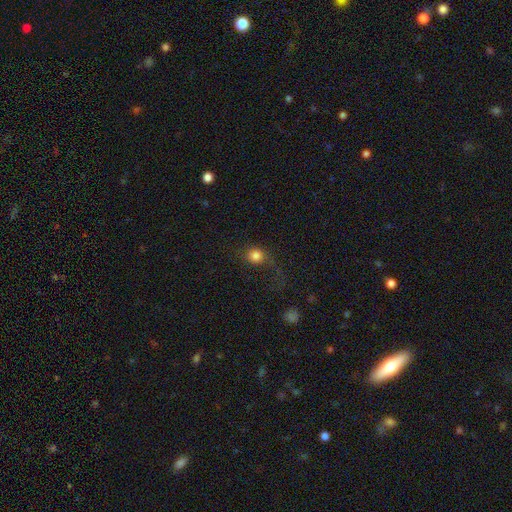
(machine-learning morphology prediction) The model was most divided on "merging": none: 49%, major disturbance: 30%, minor disturbance: 18%, merger: 3%. More confident: how rounded — round (85%); smooth or featured — smooth (77%).